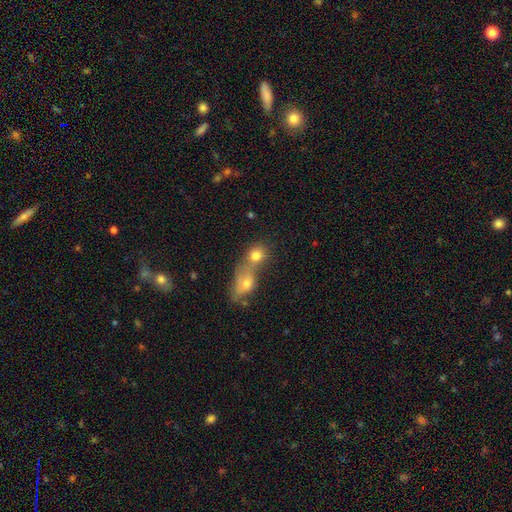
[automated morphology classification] A smooth galaxy with no disk features (77%) that is round (66%). Merging: merger (63%).